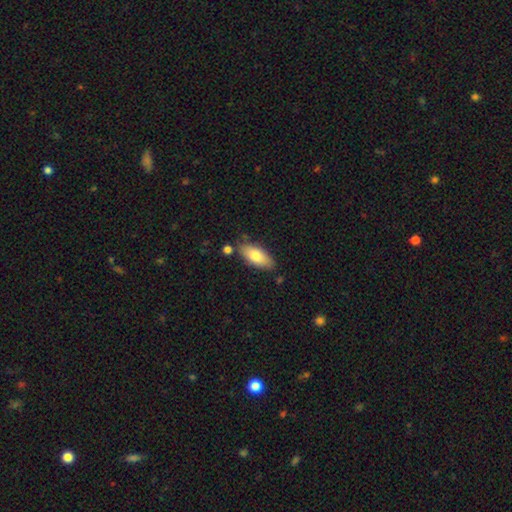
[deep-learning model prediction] A smooth galaxy with no disk features (77%) that is in between round and cigar-shaped (83%). Merging: none (79%).